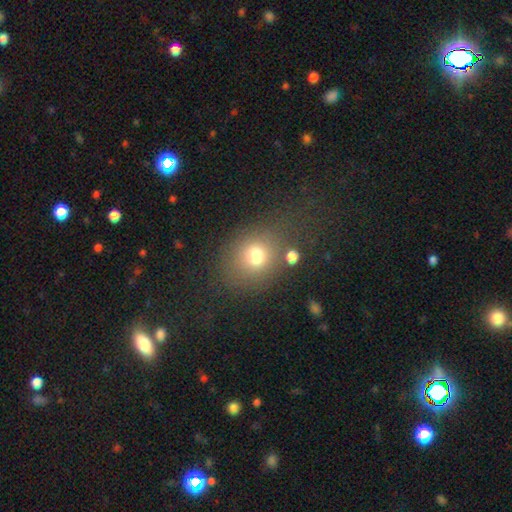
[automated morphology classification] Smooth or featured: smooth — 73% (star or artifact — 16%)
How rounded: round — 64% (in between — 35%)
Merging: none — 70% (minor disturbance — 14%)